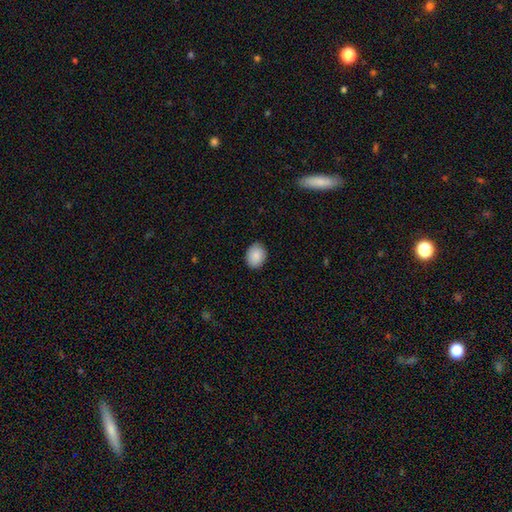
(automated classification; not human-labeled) A smooth galaxy with no disk features (88%) that is in between round and cigar-shaped (59%). Merging: none (89%).